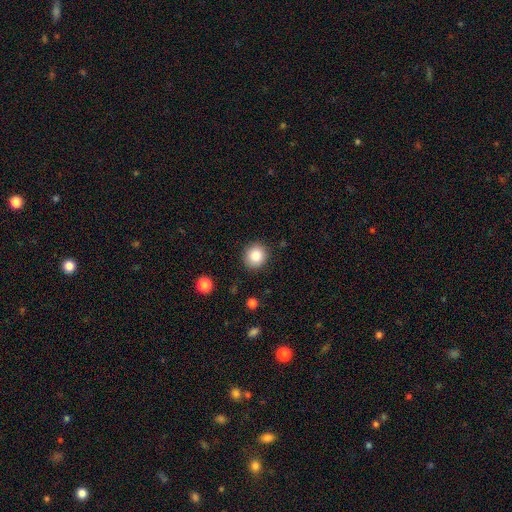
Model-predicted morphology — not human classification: Smooth or featured? smooth (85%)
How rounded? round (88%)
Merging? none (90%)